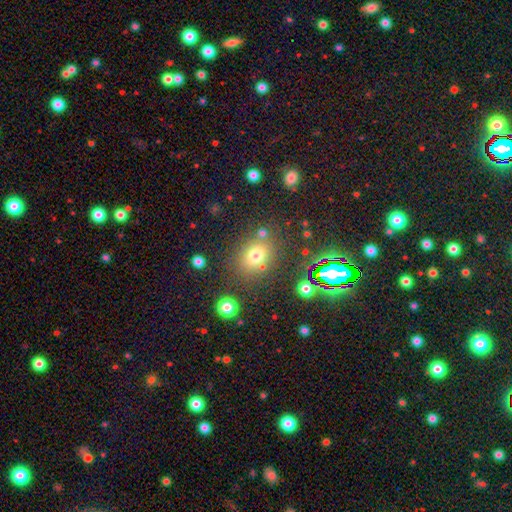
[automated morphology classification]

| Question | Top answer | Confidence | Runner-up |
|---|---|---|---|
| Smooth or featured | smooth | 71% | star or artifact (19%) |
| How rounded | round | 56% | in between (42%) |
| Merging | none | 75% | minor disturbance (12%) |